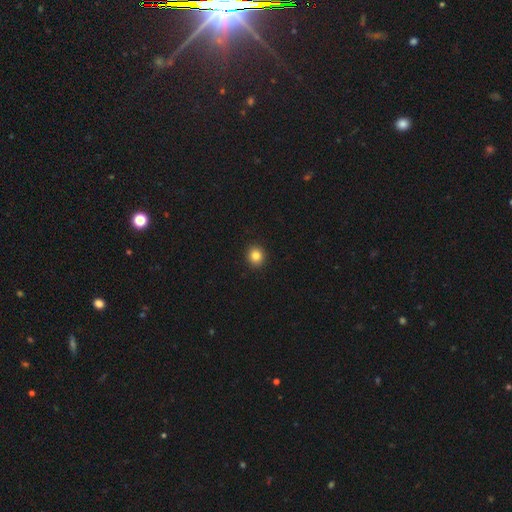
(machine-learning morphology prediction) smooth-or-featured: smooth: 84% | star or artifact: 11% | featured or disk: 5%
  how-rounded: round: 86% | in between: 13% | cigar-shaped: 1%
  merging: none: 93% | minor disturbance: 5% | major disturbance: 1% | merger: 1%